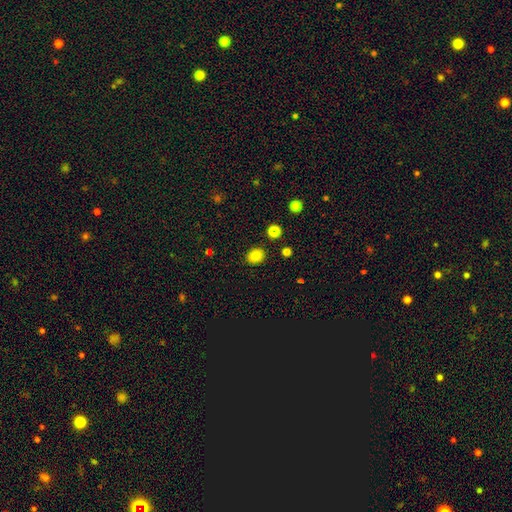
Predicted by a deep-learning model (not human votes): smooth 80%, star or artifact 12%, featured or disk 7%. Down the decision tree: how rounded — round (71%); merging — none (88%).